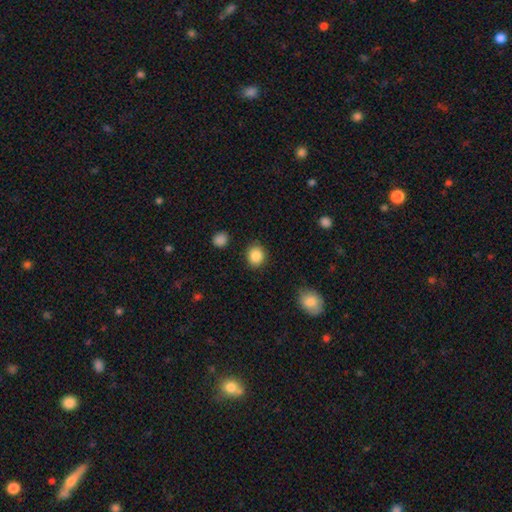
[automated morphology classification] Smooth or featured? Predicted: smooth (p=0.87). How rounded? Predicted: round (p=0.74). Merging? Predicted: none (p=0.88).